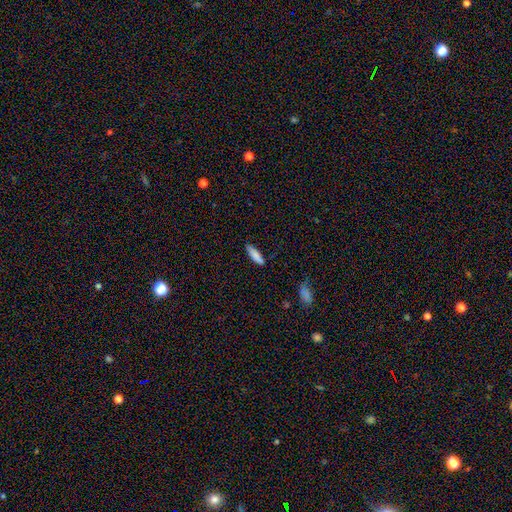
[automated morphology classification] This is clearly a smooth galaxy (84%). How rounded: possibly cigar-shaped (55%). Merging: likely none (77%).